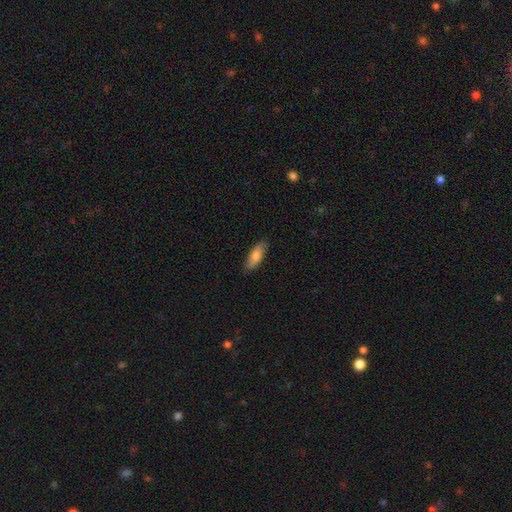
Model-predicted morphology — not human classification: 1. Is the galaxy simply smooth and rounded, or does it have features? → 78% smooth, 16% featured or disk, 6% star or artifact.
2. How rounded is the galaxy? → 67% in between, 31% cigar-shaped, 2% round.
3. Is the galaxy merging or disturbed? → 83% none, 14% minor disturbance, 2% major disturbance, 1% merger.